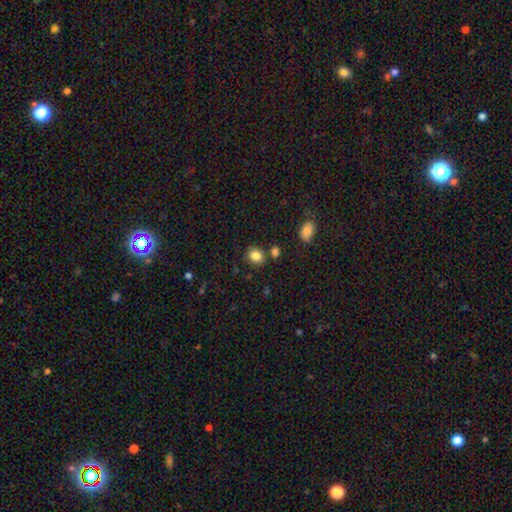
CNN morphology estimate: Smooth or featured: smooth — 85% (star or artifact — 10%)
How rounded: round — 63% (in between — 36%)
Merging: none — 80% (minor disturbance — 10%)